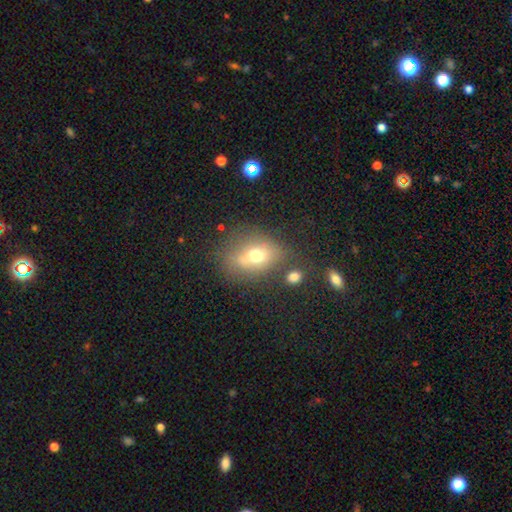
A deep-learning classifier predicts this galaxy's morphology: Smooth or featured? Predicted: smooth (p=0.63). How rounded? Predicted: in between (p=0.64). Merging? Predicted: none (p=0.60).